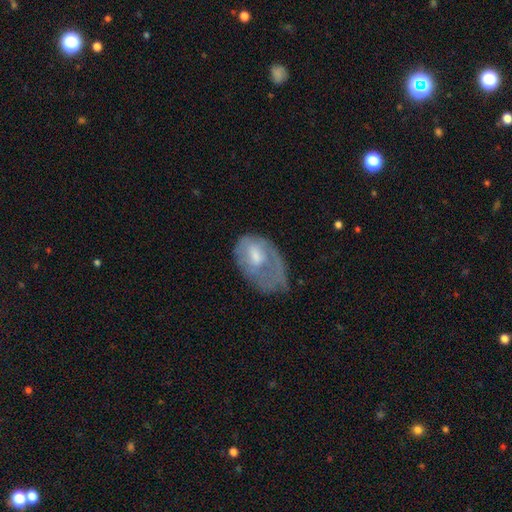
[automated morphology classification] A featured or disk galaxy (47%). Merging: major disturbance (40%).